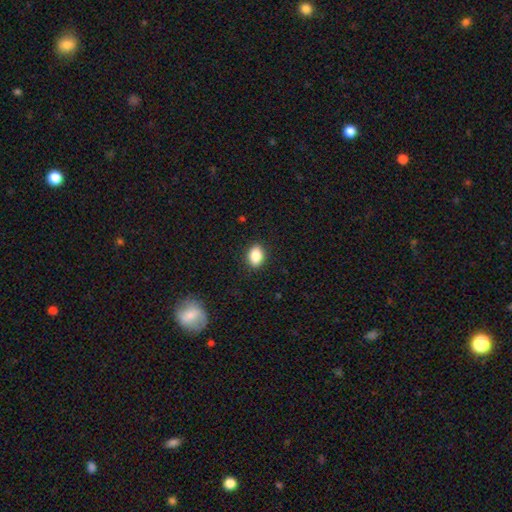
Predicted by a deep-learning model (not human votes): smooth-or-featured: smooth: 86% | star or artifact: 9% | featured or disk: 6%
  how-rounded: in between: 75% | round: 24% | cigar-shaped: 1%
  merging: none: 89% | minor disturbance: 8% | major disturbance: 2% | merger: 1%